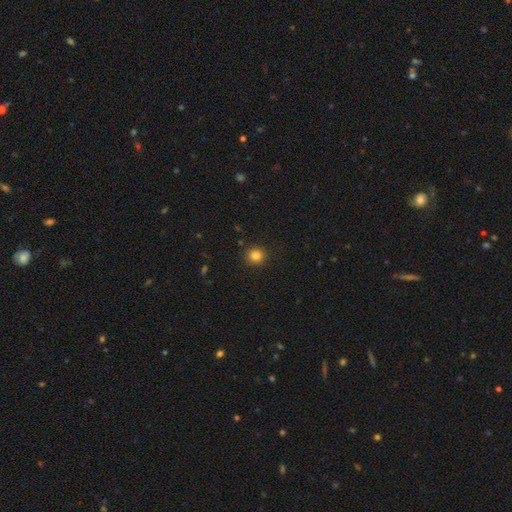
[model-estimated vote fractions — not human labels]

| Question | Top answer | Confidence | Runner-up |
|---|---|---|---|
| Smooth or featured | smooth | 83% | star or artifact (12%) |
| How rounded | round | 93% | in between (6%) |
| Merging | none | 92% | minor disturbance (5%) |